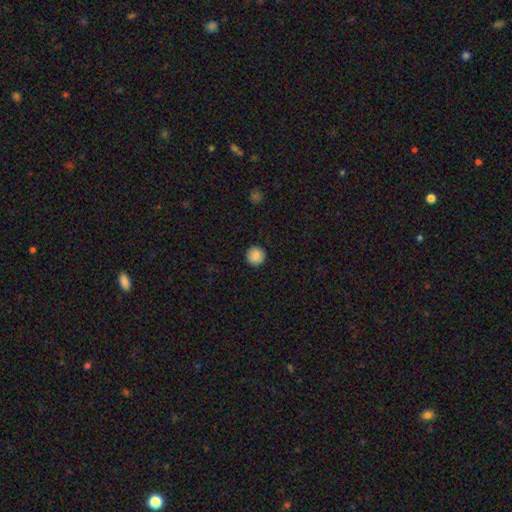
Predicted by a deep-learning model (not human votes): Overall: smooth (87%). How rounded: round (96%). Merging: none (92%).